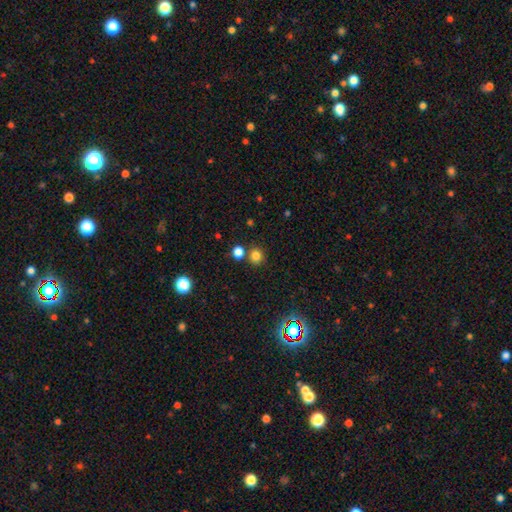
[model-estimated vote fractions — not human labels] Smooth or featured?
  - smooth: 79% *
  - star or artifact: 16%
  - featured or disk: 5%
How rounded?
  - round: 89% *
  - in between: 10%
  - cigar-shaped: 1%
Merging?
  - none: 76% *
  - merger: 14%
  - minor disturbance: 7%
  - major disturbance: 3%